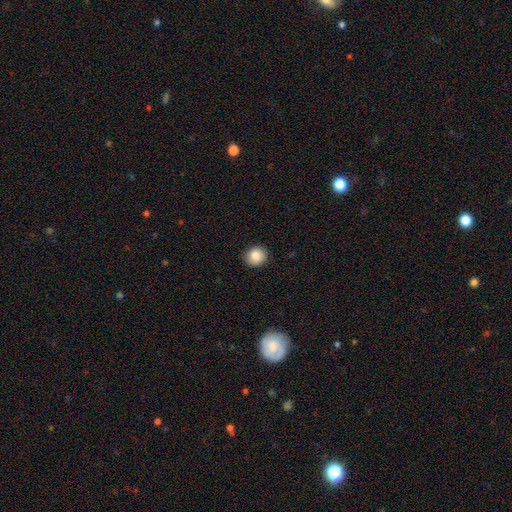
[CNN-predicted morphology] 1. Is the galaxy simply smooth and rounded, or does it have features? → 86% smooth, 9% star or artifact, 5% featured or disk.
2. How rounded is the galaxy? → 87% round, 12% in between, 1% cigar-shaped.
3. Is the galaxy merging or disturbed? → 90% none, 7% minor disturbance, 2% major disturbance, 1% merger.